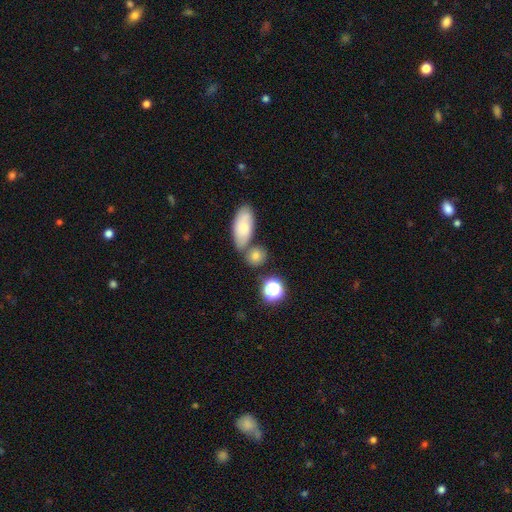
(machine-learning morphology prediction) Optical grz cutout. It shows a smooth galaxy with no disk features (76%) that is round (58%). Merging: none (63%).